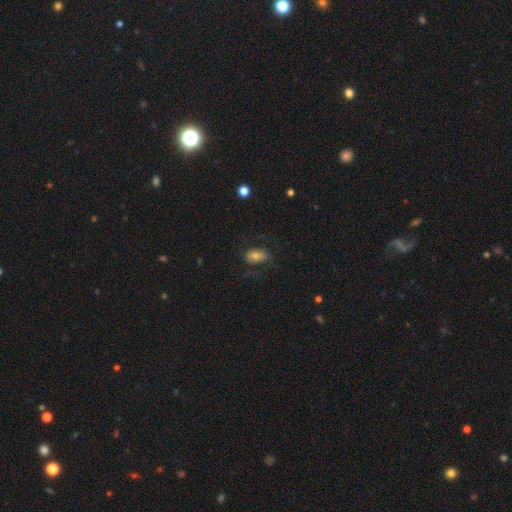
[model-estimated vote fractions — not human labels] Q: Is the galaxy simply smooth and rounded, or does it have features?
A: smooth — 57%.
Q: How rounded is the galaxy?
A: in between — 86%.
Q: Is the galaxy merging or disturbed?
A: none — 65%.